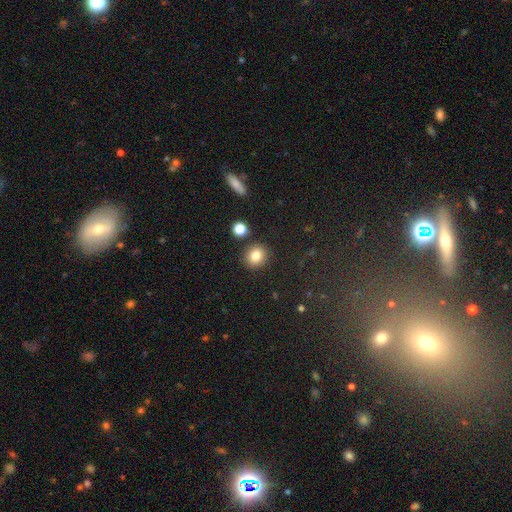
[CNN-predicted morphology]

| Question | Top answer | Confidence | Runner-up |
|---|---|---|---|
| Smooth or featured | smooth | 83% | star or artifact (10%) |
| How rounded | round | 82% | in between (17%) |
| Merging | none | 86% | minor disturbance (7%) |